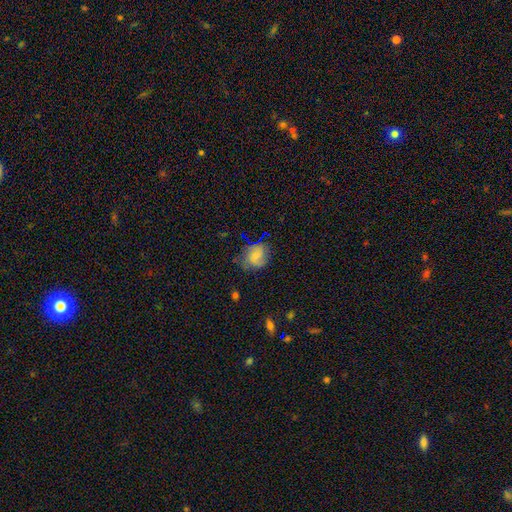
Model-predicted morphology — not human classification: Overall: smooth (61%; featured or disk 28%). How rounded: round (58%; in between 41%). Merging: none (61%; minor disturbance 27%).